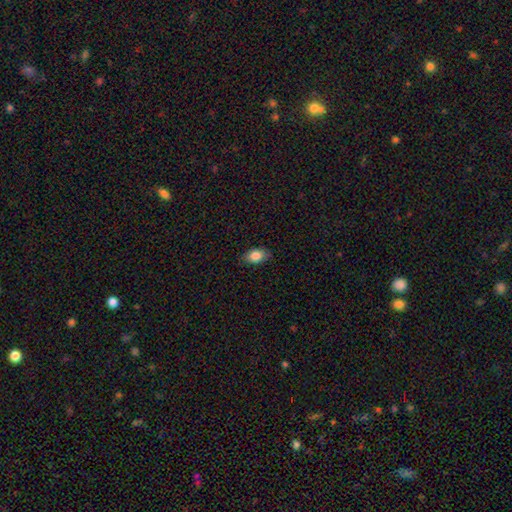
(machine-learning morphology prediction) The model was most divided on "merging": none: 84%, minor disturbance: 13%, major disturbance: 3%, merger: 1%. More confident: how rounded — in between (86%); smooth or featured — smooth (84%).